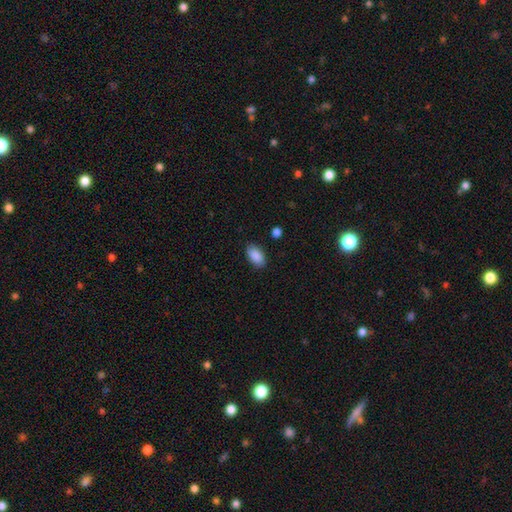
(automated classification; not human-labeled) smooth_or_featured: smooth (p=0.90) [alt: star or artifact p=0.07]
how_rounded: in between (p=0.93) [alt: round p=0.06]
merging: none (p=0.85) [alt: minor disturbance p=0.11]